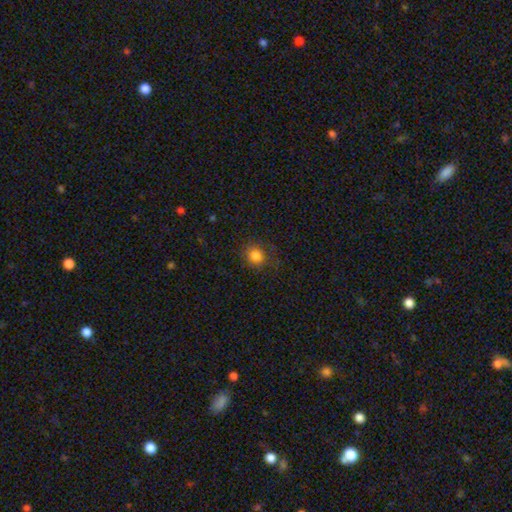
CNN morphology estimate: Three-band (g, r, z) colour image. It shows a smooth galaxy with no disk features (81%) that is round (82%). Merging: none (79%).